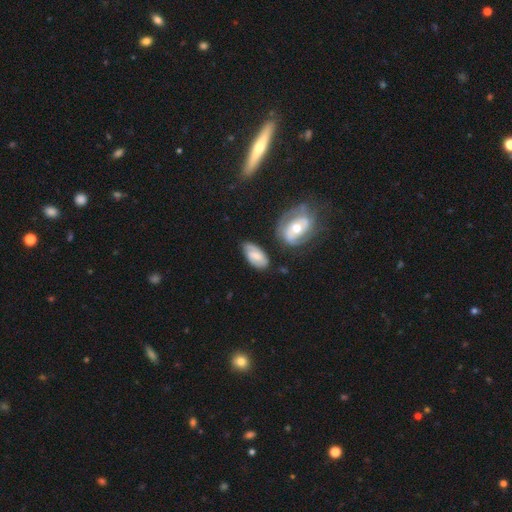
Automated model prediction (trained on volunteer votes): Smooth or featured? smooth (47%)
Merging? none (66%)